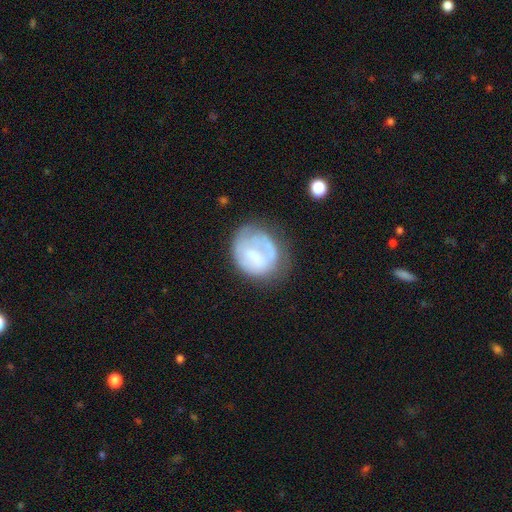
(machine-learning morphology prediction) Smooth or featured?
  - featured or disk: 47% *
  - smooth: 45%
  - star or artifact: 8%
Merging?
  - none: 45% *
  - minor disturbance: 27%
  - major disturbance: 24%
  - merger: 4%